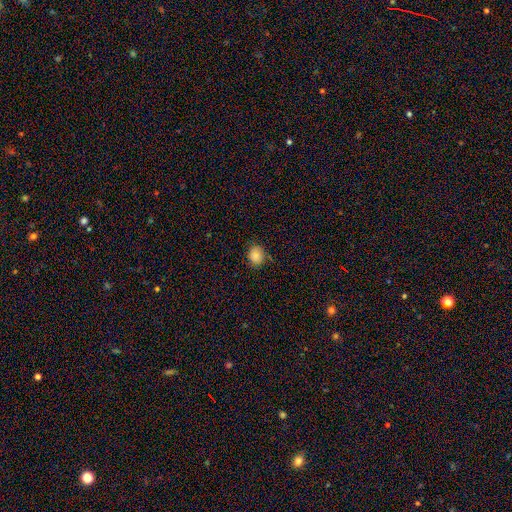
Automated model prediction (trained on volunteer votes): Smooth or featured?
  - smooth: 85% *
  - star or artifact: 9%
  - featured or disk: 5%
How rounded?
  - in between: 54% *
  - round: 45%
  - cigar-shaped: 1%
Merging?
  - none: 79% *
  - minor disturbance: 16%
  - major disturbance: 3%
  - merger: 2%